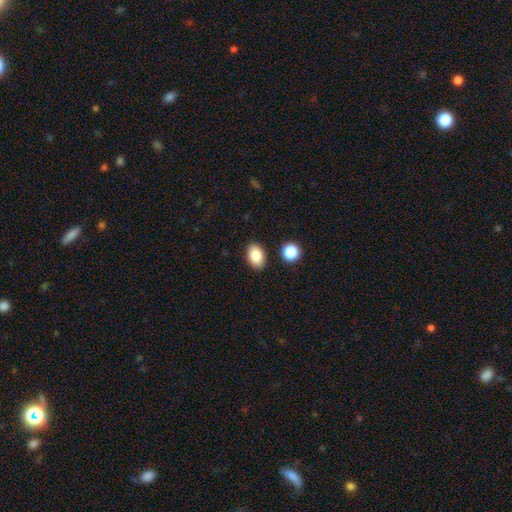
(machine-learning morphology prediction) Smooth or featured? smooth (85%)
How rounded? in between (85%)
Merging? none (87%)